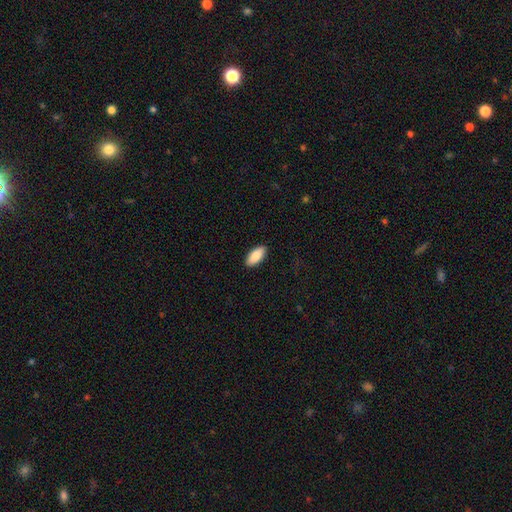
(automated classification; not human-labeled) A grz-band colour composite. It shows a smooth galaxy with no disk features (86%) that is in between round and cigar-shaped (91%). Merging: none (90%).